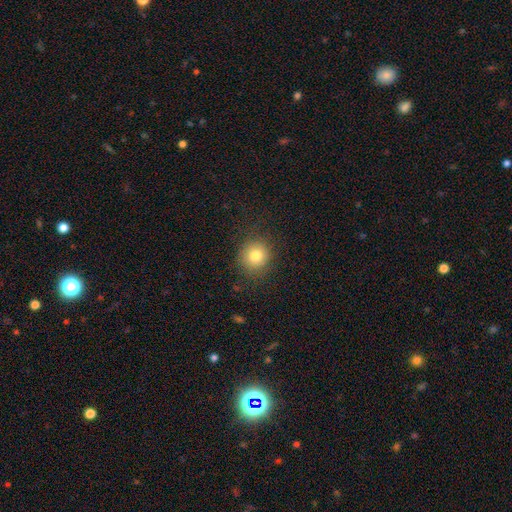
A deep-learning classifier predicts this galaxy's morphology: Q: Smooth or featured?
A: smooth (79%); runner-up: star or artifact (12%)
Q: How rounded?
A: round (88%); runner-up: in between (11%)
Q: Merging?
A: none (86%); runner-up: minor disturbance (9%)